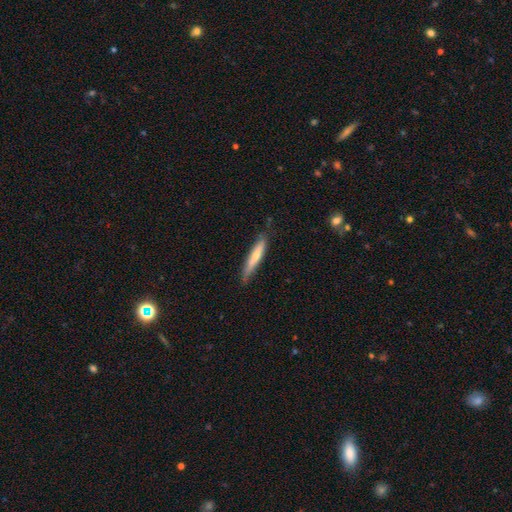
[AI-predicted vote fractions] This appears to be a smooth galaxy with no disk features (65%) that is cigar-shaped (92%). Merging: none (72%).